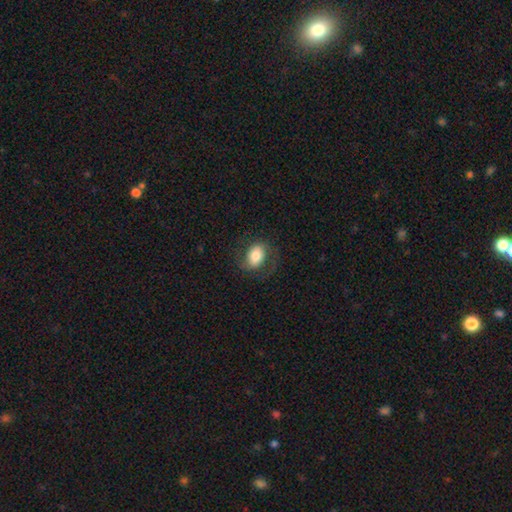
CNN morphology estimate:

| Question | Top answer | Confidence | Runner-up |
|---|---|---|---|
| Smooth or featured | smooth | 62% | featured or disk (30%) |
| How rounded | in between | 75% | round (23%) |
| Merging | none | 69% | minor disturbance (17%) |